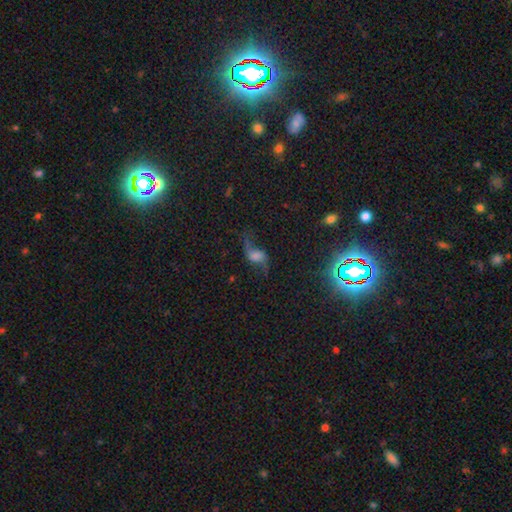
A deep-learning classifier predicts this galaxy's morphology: The model was most divided on "bulge size": none: 28%, large: 24%, moderate: 22%, small: 17%, dominant: 9%. Remaining: edge-on disk — no (93%); spiral arm count — 2 (92%); spiral winding — loose (91%); spiral arms — yes (91%); smooth or featured — featured or disk (67%); merging — none (62%); bar — no (50%).